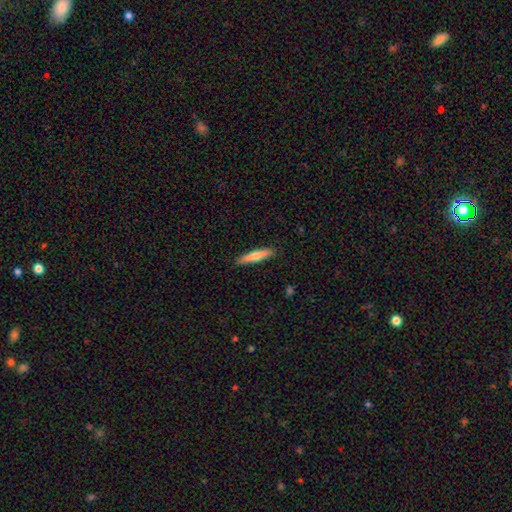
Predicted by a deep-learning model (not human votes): Smooth or featured? smooth (62%)
How rounded? cigar-shaped (90%)
Merging? none (90%)